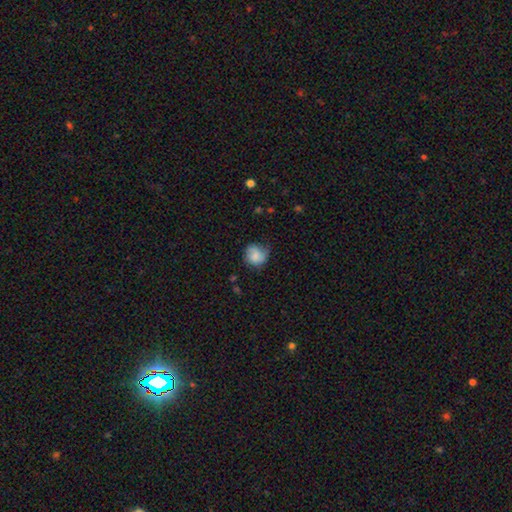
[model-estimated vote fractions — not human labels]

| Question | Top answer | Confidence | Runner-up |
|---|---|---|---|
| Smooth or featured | smooth | 71% | featured or disk (20%) |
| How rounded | round | 75% | in between (24%) |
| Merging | none | 49% | minor disturbance (34%) |